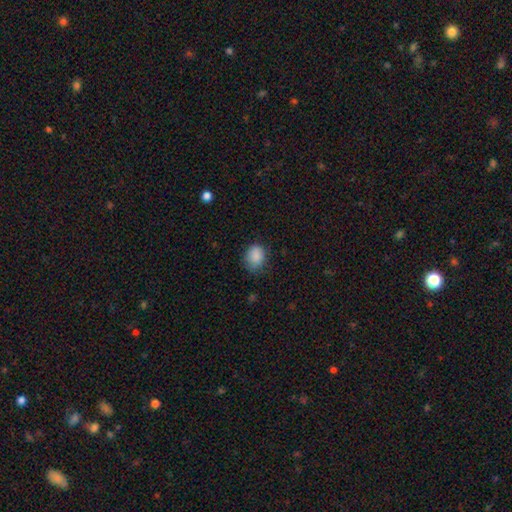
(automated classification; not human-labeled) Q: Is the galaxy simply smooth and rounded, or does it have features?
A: smooth — 87%.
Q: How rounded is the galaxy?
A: in between — 52%.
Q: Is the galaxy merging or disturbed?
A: none — 69%.